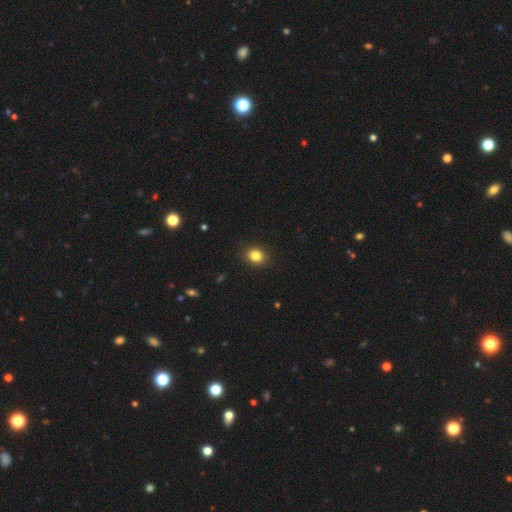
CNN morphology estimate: Smooth or featured: smooth — 84% (star or artifact — 11%)
How rounded: round — 59% (in between — 40%)
Merging: none — 90% (minor disturbance — 7%)